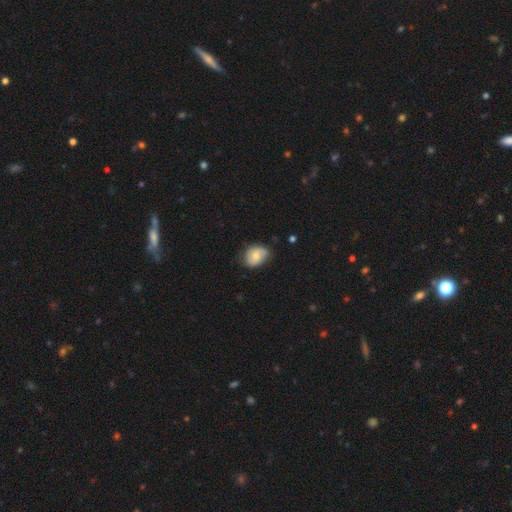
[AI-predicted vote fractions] This is possibly a smooth galaxy (59%). How rounded: possibly in between (57%). Merging: likely none (62%).